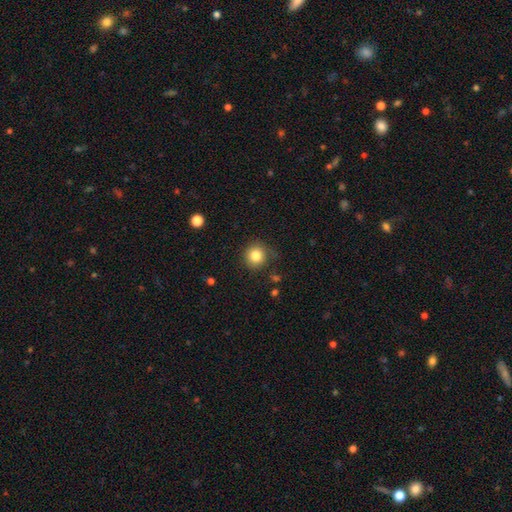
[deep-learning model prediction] A smooth galaxy with no disk features (83%) that is round (92%).

Vote fractions:
- Smooth or featured? smooth: 83% / star or artifact: 11% / featured or disk: 6%
- How rounded? round: 92% / in between: 7% / cigar-shaped: 1%
- Merging? none: 84% / minor disturbance: 11% / major disturbance: 3% / merger: 2%